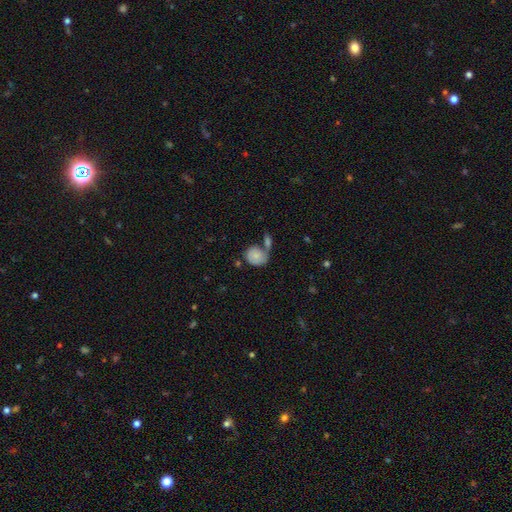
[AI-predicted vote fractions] This is likely a smooth galaxy (77%). How rounded: likely round (64%). Merging: marginally none (38%).